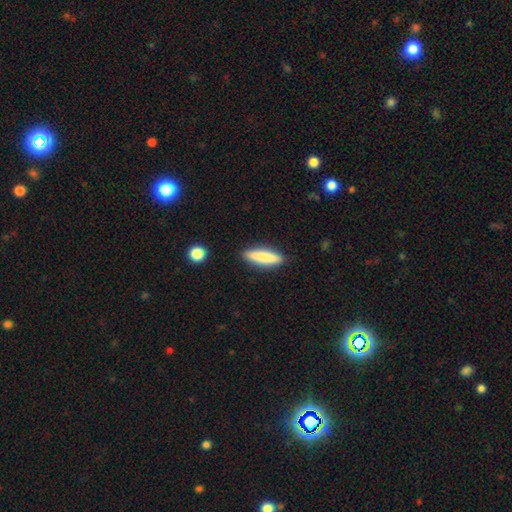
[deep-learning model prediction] Smooth or featured?
  - smooth: 77% *
  - featured or disk: 18%
  - star or artifact: 6%
How rounded?
  - cigar-shaped: 77% *
  - in between: 21%
  - round: 2%
Merging?
  - none: 89% *
  - minor disturbance: 8%
  - major disturbance: 2%
  - merger: 2%